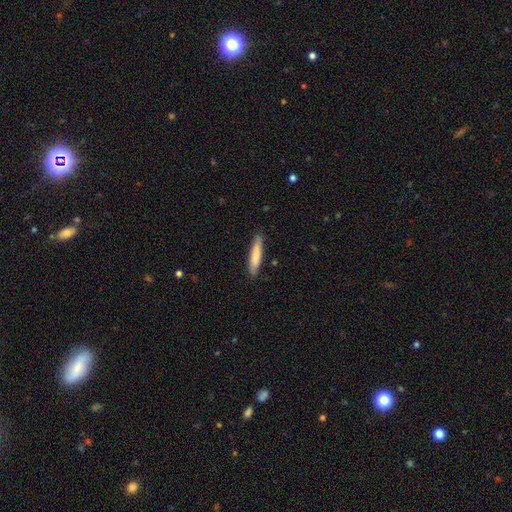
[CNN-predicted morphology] Smooth or featured? Predicted: smooth (p=0.79). How rounded? Predicted: cigar-shaped (p=0.87). Merging? Predicted: none (p=0.85).